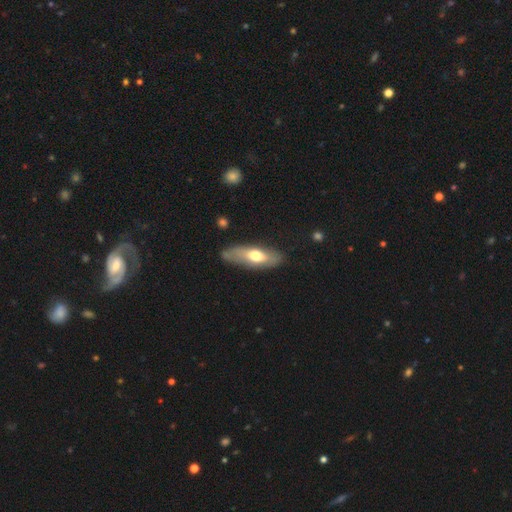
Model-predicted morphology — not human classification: smooth-or-featured: smooth: 54% | featured or disk: 40% | star or artifact: 6%
  how-rounded: in between: 55% | cigar-shaped: 42% | round: 3%
  merging: none: 77% | minor disturbance: 16% | major disturbance: 4% | merger: 2%